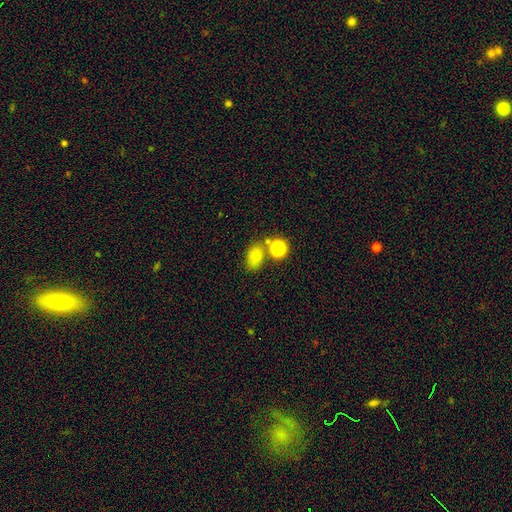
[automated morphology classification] Smooth or featured? Predicted: smooth (p=0.74). How rounded? Predicted: in between (p=0.63). Merging? Predicted: none (p=0.61).